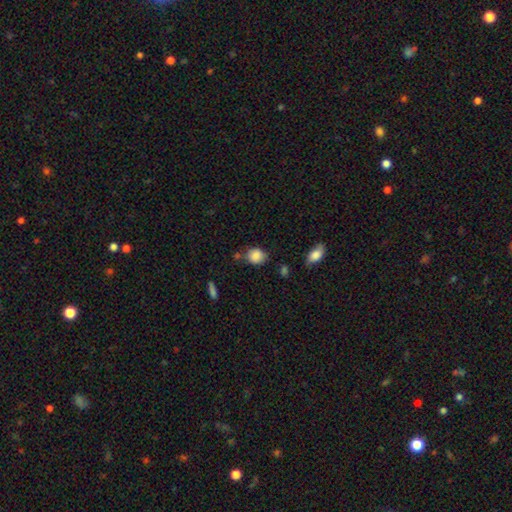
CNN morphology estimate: This is clearly a smooth galaxy (85%). How rounded: possibly round (53%). Merging: likely none (65%).